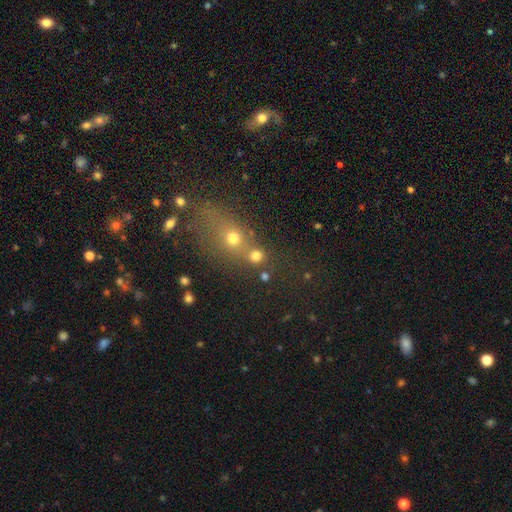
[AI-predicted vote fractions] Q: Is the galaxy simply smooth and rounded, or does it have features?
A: smooth — 71%.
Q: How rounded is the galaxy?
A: round — 85%.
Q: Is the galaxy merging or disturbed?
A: none — 58%.